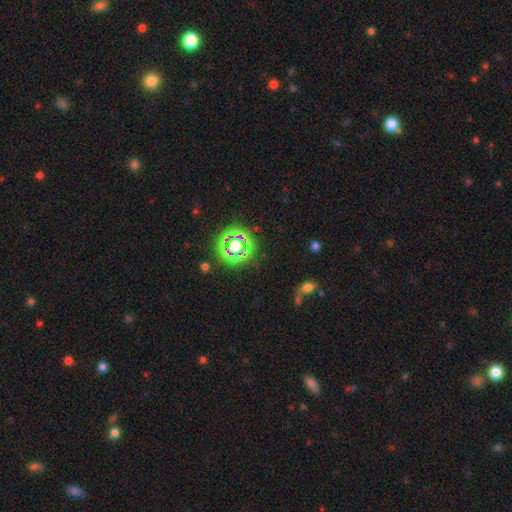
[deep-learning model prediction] Q: Smooth or featured?
A: star or artifact (70%); runner-up: smooth (22%)